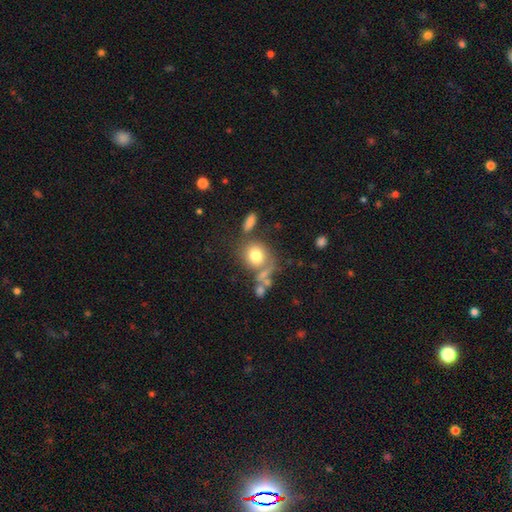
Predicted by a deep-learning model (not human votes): A smooth galaxy with no disk features (76%) that is round (71%). Merging: none (55%).